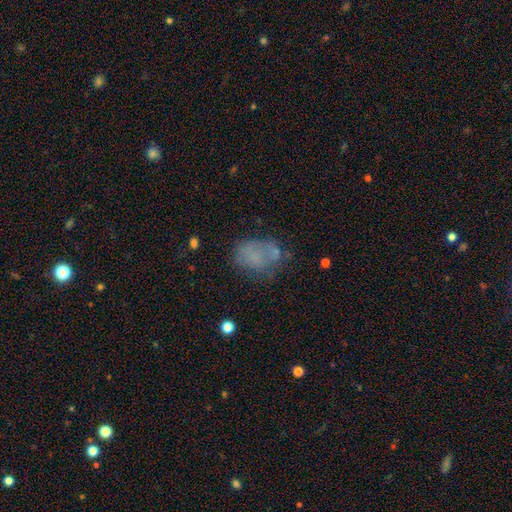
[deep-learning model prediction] Morphology: type=smooth (60%); roundness=in between (78%); merging=none (46%).